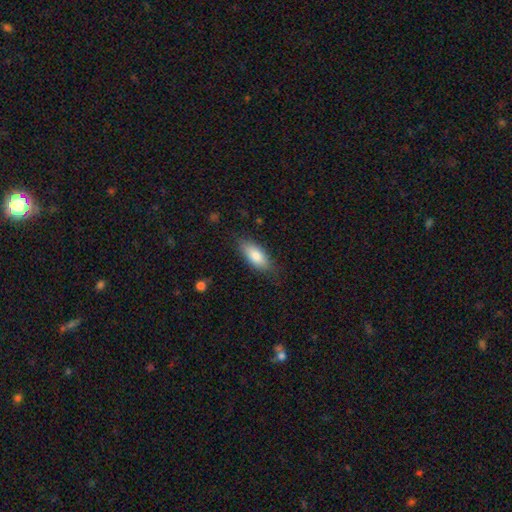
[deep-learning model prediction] A smooth galaxy with no disk features (81%) that is in between round and cigar-shaped (81%). Merging: none (79%).